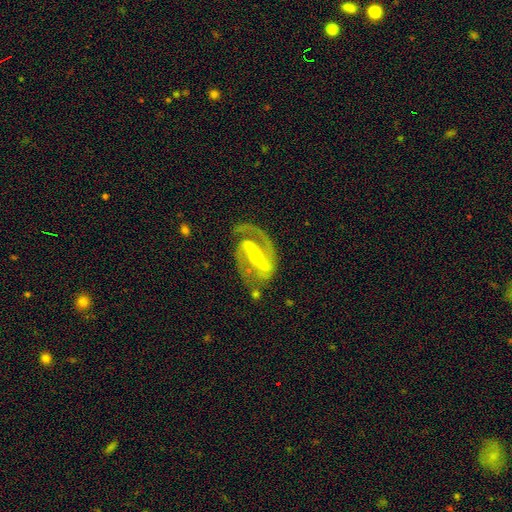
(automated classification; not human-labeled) smooth-or-featured: featured or disk: 91% | smooth: 4% | star or artifact: 4%
  disk-edge-on: no: 95% | yes: 5%
    bar: strong: 78% | weak: 15% | no: 7%
    has-spiral-arms: yes: 96% | no: 4%
      spiral-winding: medium: 56% | tight: 28% | loose: 15%
      spiral-arm-count: 2: 90% | 1: 4% | can't tell: 2% | 3: 1% | 4: 1% | more than 4: 1%
    bulge-size: small: 58% | moderate: 37% | large: 2% | none: 2% | dominant: 1%
  merging: none: 74% | minor disturbance: 15% | major disturbance: 9% | merger: 3%